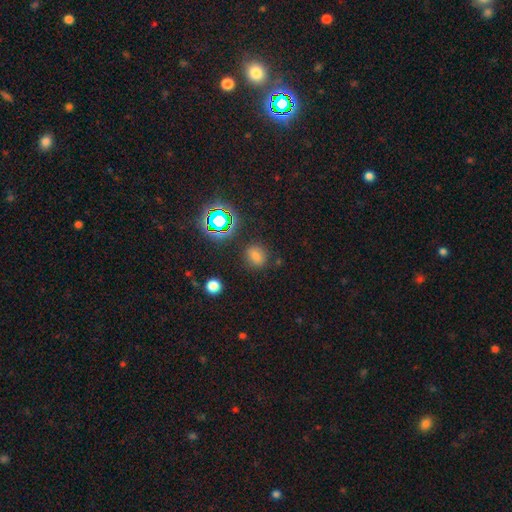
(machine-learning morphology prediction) Smooth or featured: smooth — 69% (star or artifact — 23%)
How rounded: round — 53% (in between — 45%)
Merging: none — 82% (minor disturbance — 12%)